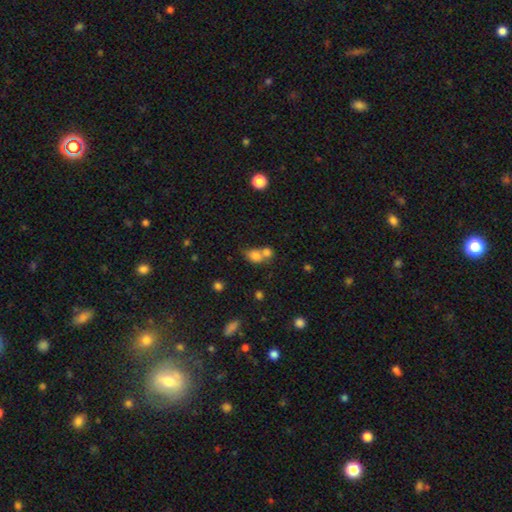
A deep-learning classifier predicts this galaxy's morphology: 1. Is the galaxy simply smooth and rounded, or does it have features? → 76% smooth, 12% featured or disk, 12% star or artifact.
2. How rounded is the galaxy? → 50% in between, 48% round, 2% cigar-shaped.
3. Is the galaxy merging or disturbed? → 59% merger, 28% none, 8% minor disturbance, 4% major disturbance.